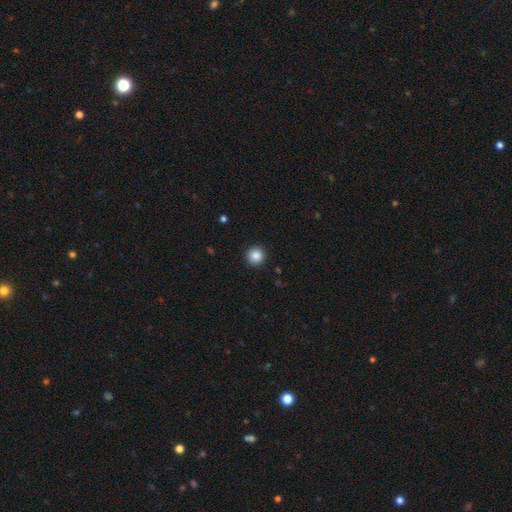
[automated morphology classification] This is clearly a smooth galaxy (87%). How rounded: clearly round (95%). Merging: clearly none (93%).